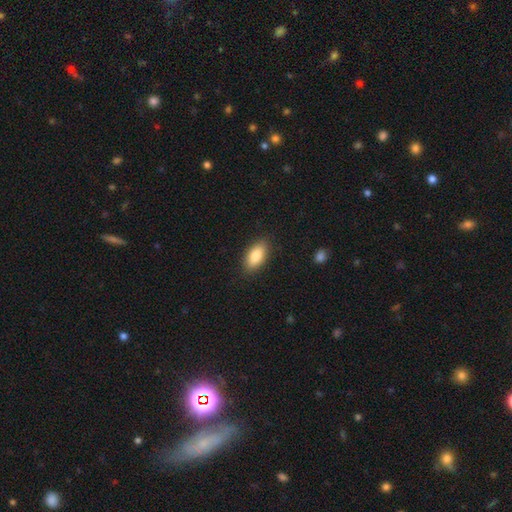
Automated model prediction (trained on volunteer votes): smooth 85%, featured or disk 8%, star or artifact 7%. Down the decision tree: how rounded — in between (90%); merging — none (87%).